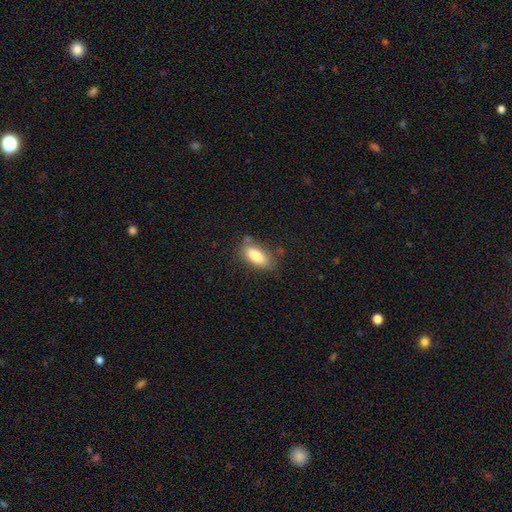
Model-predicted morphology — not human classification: A smooth galaxy with no disk features (83%) that is in between round and cigar-shaped (84%). Merging: none (70%).